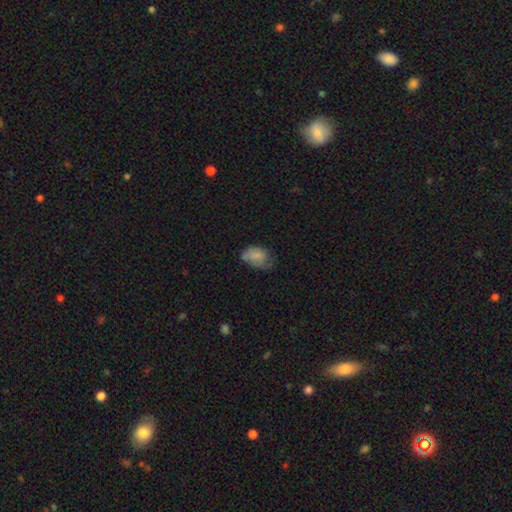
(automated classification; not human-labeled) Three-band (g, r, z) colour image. It shows a smooth galaxy with no disk features (74%) that is in between round and cigar-shaped (83%). Merging: none (41%).